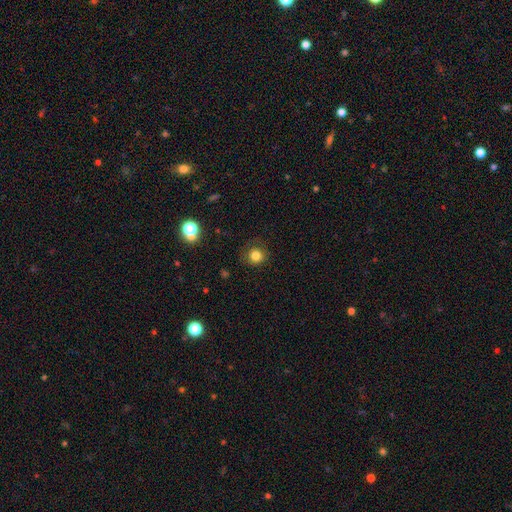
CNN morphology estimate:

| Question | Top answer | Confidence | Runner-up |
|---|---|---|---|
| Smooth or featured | smooth | 81% | star or artifact (13%) |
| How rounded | round | 91% | in between (8%) |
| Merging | none | 83% | minor disturbance (11%) |